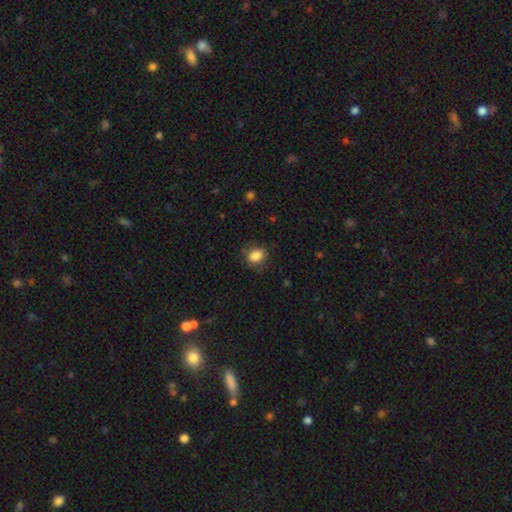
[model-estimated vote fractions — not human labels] A smooth galaxy with no disk features (86%) that is in between round and cigar-shaped (54%). Merging: none (76%).